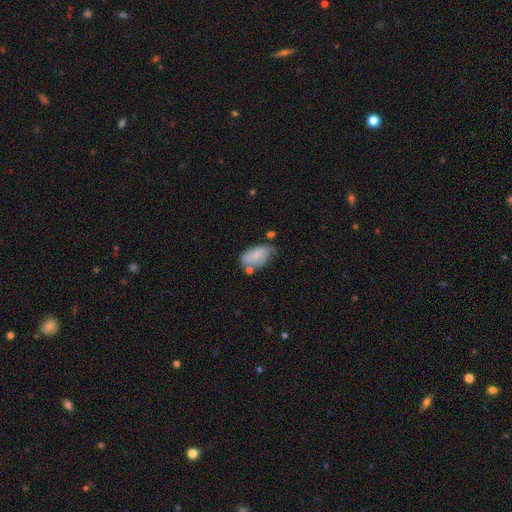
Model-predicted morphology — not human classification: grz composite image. It shows a smooth galaxy with no disk features (60%) that is in between round and cigar-shaped (91%). Merging: none (41%).